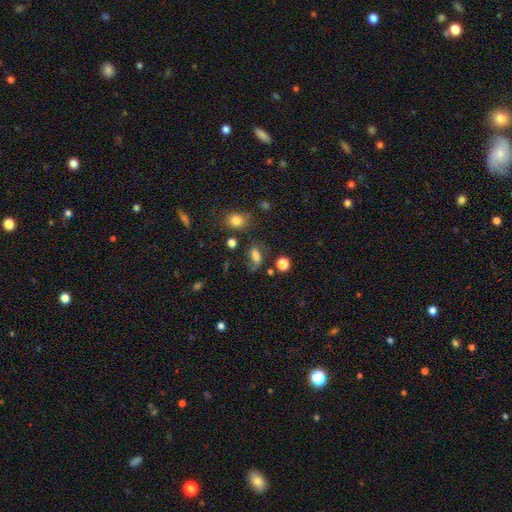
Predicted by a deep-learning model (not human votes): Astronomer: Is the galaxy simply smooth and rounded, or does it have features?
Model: smooth — 58%.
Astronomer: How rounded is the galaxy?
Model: in between — 78%.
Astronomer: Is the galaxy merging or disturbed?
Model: none — 50%.